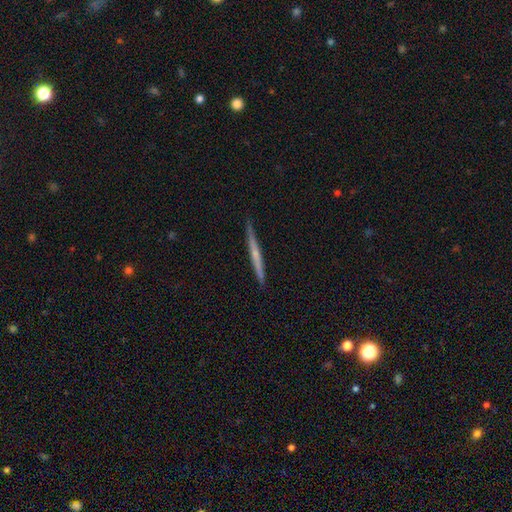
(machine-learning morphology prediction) smooth_or_featured: featured or disk (p=0.55) [alt: smooth p=0.40]
disk_edge_on: yes (p=0.98) [alt: no p=0.02]
edge_on_bulge: none (p=0.68) [alt: rounded p=0.25]
merging: none (p=0.90) [alt: minor disturbance p=0.08]